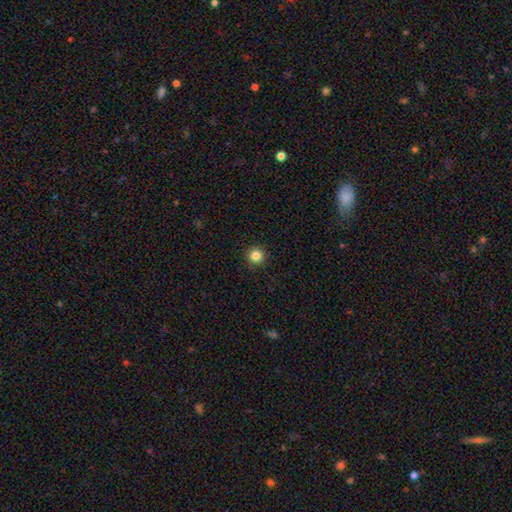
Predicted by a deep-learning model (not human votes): Morphology: type=smooth (84%); roundness=round (96%); merging=none (92%).